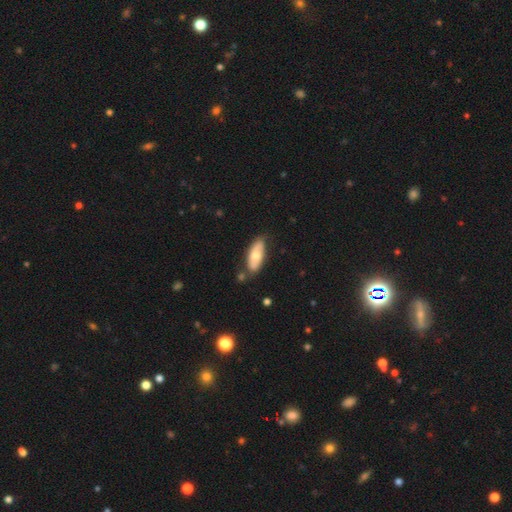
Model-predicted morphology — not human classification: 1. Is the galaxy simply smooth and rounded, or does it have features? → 63% smooth, 32% featured or disk, 6% star or artifact.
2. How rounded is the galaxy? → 79% in between, 19% cigar-shaped, 2% round.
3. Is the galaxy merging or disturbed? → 72% none, 18% minor disturbance, 6% merger, 4% major disturbance.